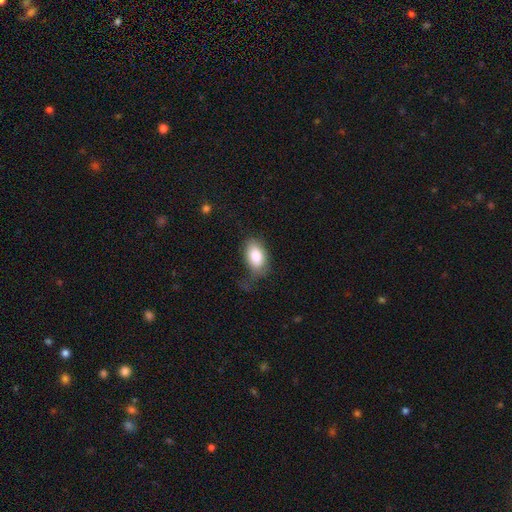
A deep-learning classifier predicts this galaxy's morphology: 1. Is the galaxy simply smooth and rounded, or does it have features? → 84% smooth, 9% featured or disk, 7% star or artifact.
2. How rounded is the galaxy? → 91% in between, 7% round, 2% cigar-shaped.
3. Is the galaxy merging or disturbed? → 53% none, 29% minor disturbance, 16% major disturbance, 2% merger.